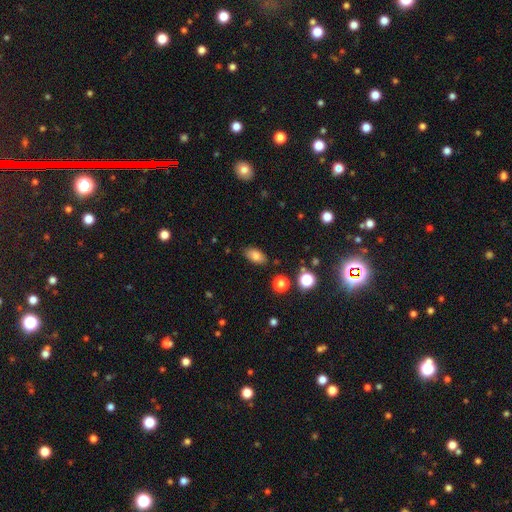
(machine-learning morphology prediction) This appears to be a smooth galaxy with no disk features (79%) that is in between round and cigar-shaped (89%). Merging: none (85%).